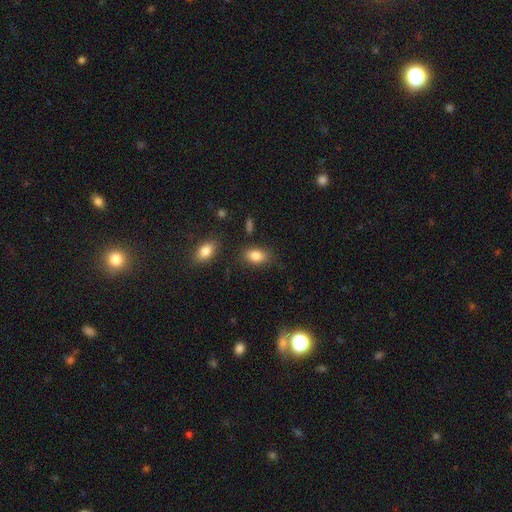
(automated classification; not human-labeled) This is clearly a smooth galaxy (85%). How rounded: clearly in between (86%). Merging: likely none (77%).